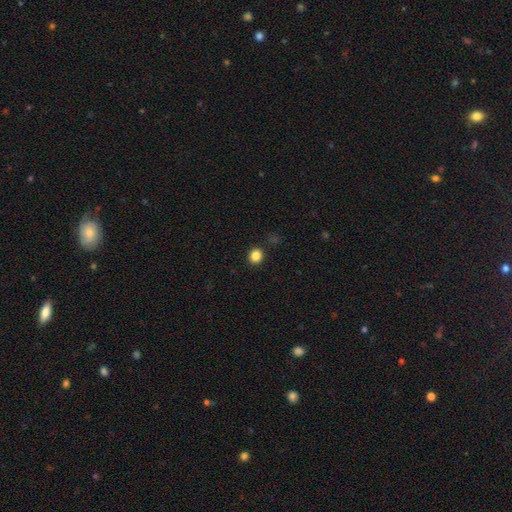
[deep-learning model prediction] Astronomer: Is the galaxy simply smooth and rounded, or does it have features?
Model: smooth — 85%.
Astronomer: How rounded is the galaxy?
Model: round — 80%.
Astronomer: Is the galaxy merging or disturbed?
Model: none — 91%.